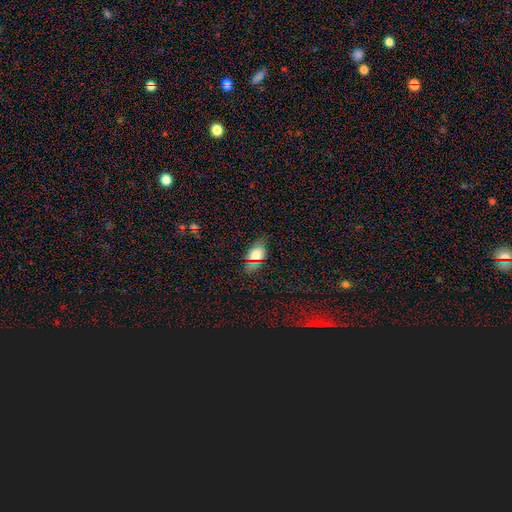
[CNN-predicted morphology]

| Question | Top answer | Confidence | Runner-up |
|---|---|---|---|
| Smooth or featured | smooth | 70% | star or artifact (19%) |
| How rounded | in between | 85% | round (11%) |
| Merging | none | 79% | minor disturbance (15%) |